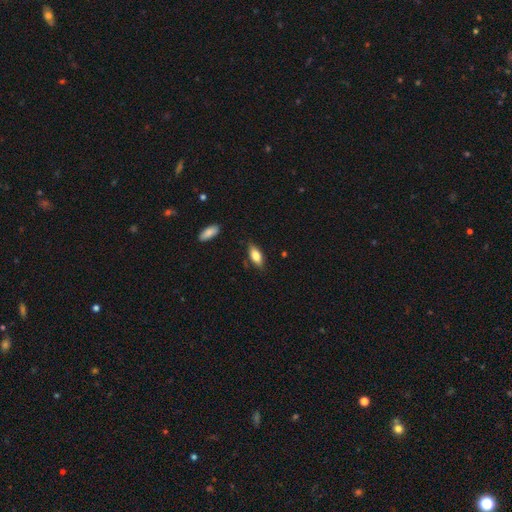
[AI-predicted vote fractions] Smooth or featured? smooth (78%)
How rounded? in between (81%)
Merging? none (80%)